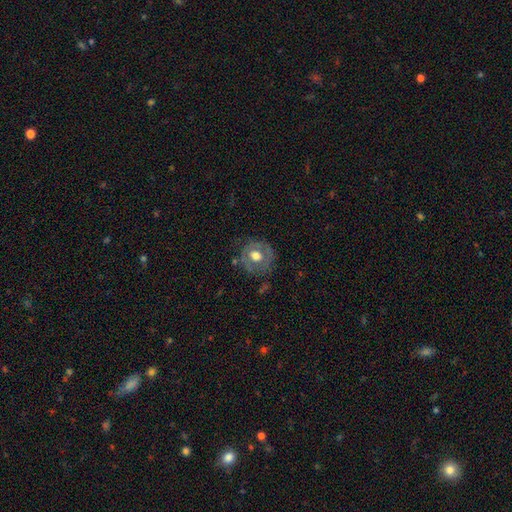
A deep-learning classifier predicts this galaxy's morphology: A smooth galaxy with no disk features (47%). Merging: none (72%).